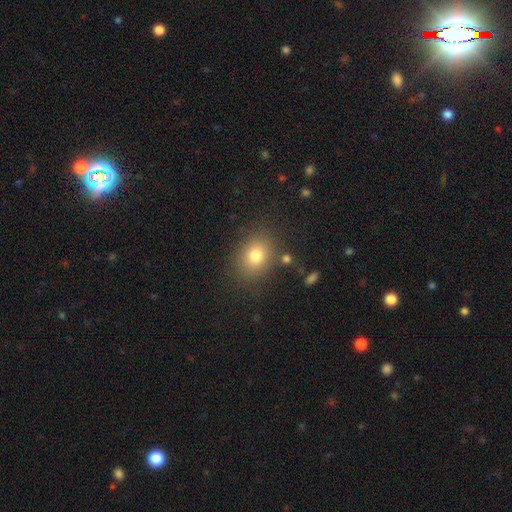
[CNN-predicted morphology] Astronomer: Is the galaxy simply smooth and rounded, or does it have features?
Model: smooth — 78%.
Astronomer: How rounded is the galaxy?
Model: in between — 52% (runner-up: round, 47%).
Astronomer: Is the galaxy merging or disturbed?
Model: none — 83%.